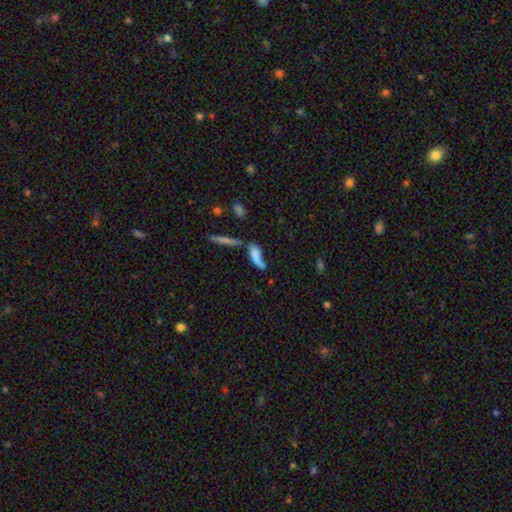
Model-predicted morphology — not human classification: Smooth or featured? Predicted: smooth (p=0.55). How rounded? Predicted: in between (p=0.49). Merging? Predicted: merger (p=0.33).